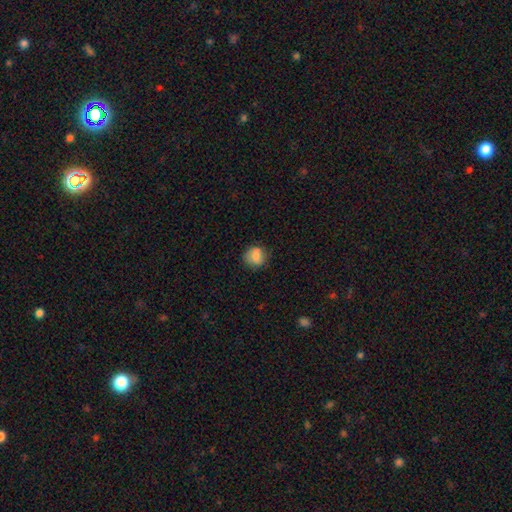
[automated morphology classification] A smooth galaxy with no disk features (80%) that is round (76%).

Vote fractions:
- Smooth or featured? smooth: 80% / featured or disk: 11% / star or artifact: 9%
- How rounded? round: 76% / in between: 23% / cigar-shaped: 1%
- Merging? none: 76% / minor disturbance: 18% / major disturbance: 5% / merger: 2%